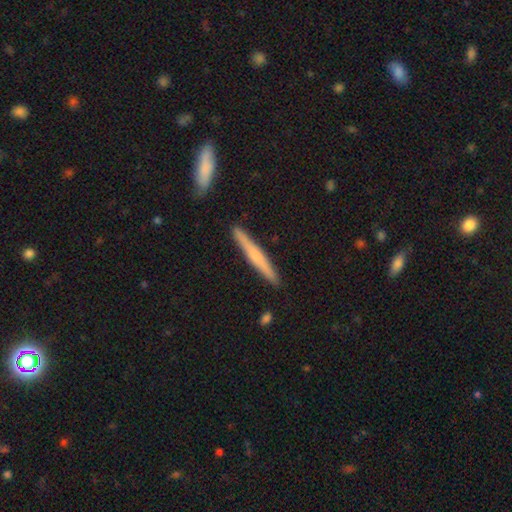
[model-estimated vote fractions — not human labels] Morphology: type=smooth (50%); roundness=cigar-shaped (96%); merging=none (89%).